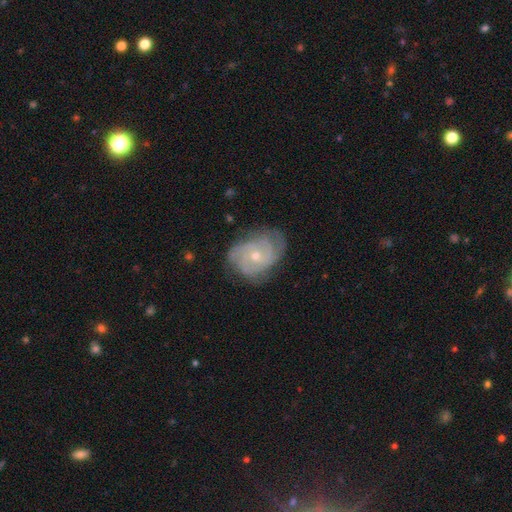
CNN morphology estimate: This is clearly a featured or disk galaxy (81%). It is clearly not viewed edge-on (97%). Bar: likely no (77%). Spiral arm pattern: clearly yes (93%). Spiral arm count: marginally 3 (32%). Spiral winding: possibly tight (59%). Central bulge: possibly small (56%). Merging: likely none (67%).